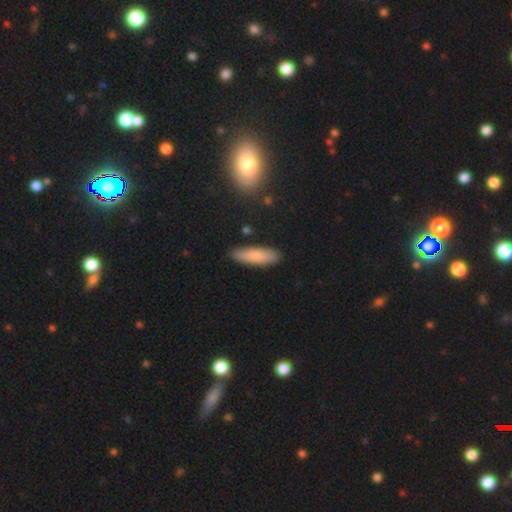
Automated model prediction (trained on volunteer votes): smooth 82%, featured or disk 12%, star or artifact 6%. Down the decision tree: how rounded — cigar-shaped (56%); merging — none (86%).